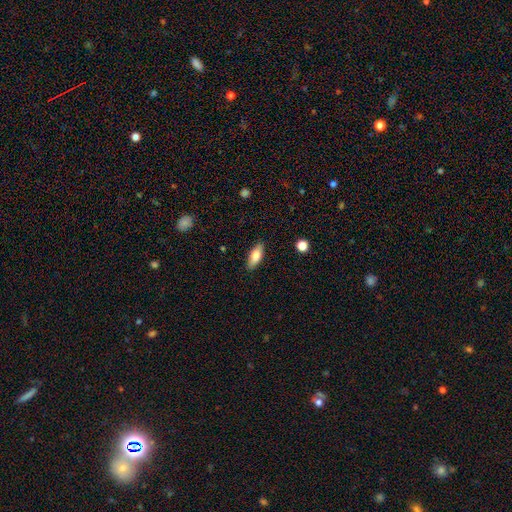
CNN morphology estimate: Smooth or featured? smooth (75%)
How rounded? in between (75%)
Merging? none (87%)